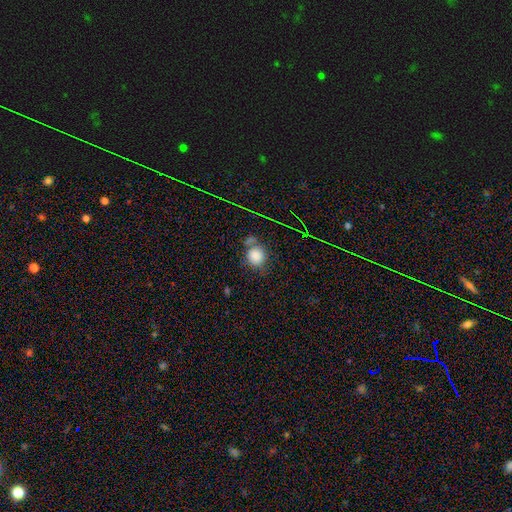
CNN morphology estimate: This appears to be a smooth galaxy with no disk features (79%) that is round (74%). Merging: none (63%).